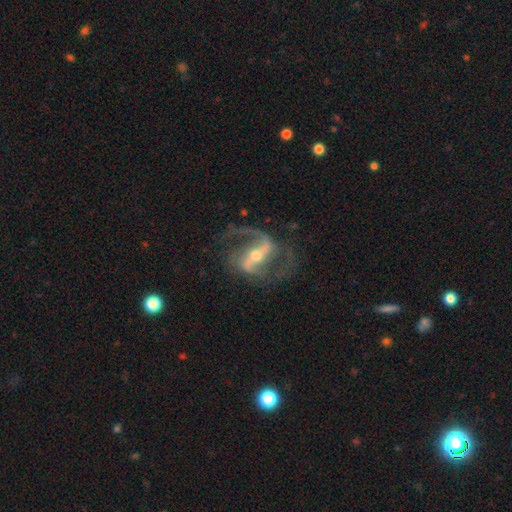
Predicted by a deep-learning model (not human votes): featured or disk 91%, star or artifact 5%, smooth 4%. Down the decision tree: edge-on disk — no (96%); bar — strong (63%); spiral arms — yes (97%); spiral arm count — 2 (90%); spiral winding — medium (49%); bulge size — moderate (54%); merging — none (71%).